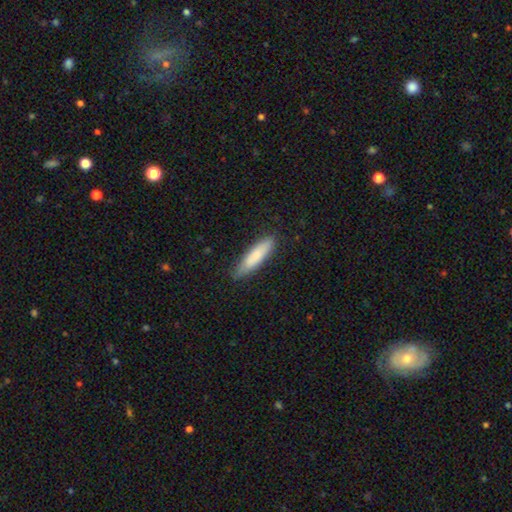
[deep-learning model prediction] smooth-or-featured: smooth: 81% | featured or disk: 13% | star or artifact: 5%
  how-rounded: cigar-shaped: 78% | in between: 21% | round: 1%
  merging: none: 81% | minor disturbance: 15% | major disturbance: 2% | merger: 1%